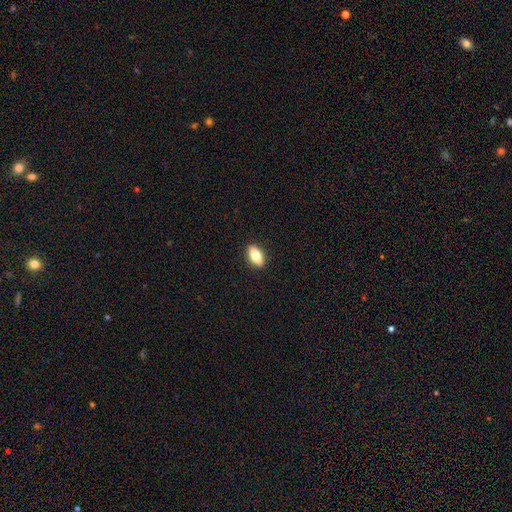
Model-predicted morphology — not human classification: Smooth or featured: smooth — 71% (featured or disk — 22%)
How rounded: in between — 82% (cigar-shaped — 13%)
Merging: none — 90% (minor disturbance — 8%)